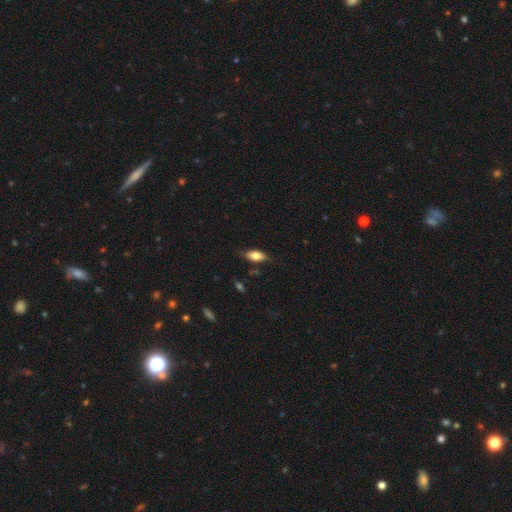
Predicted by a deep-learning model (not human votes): smooth 76%, featured or disk 17%, star or artifact 7%. Down the decision tree: how rounded — in between (85%); merging — none (76%).